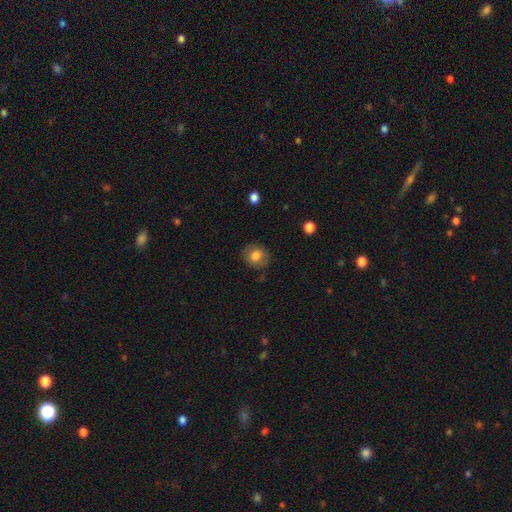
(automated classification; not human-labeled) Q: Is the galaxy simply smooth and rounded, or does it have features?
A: smooth — 78%.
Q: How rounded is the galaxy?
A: round — 79%.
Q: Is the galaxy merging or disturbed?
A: none — 84%.